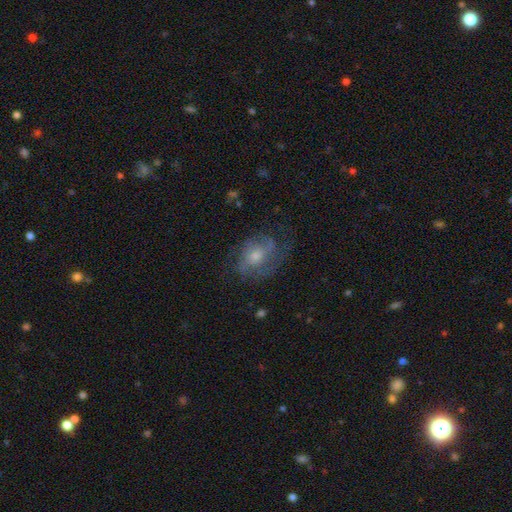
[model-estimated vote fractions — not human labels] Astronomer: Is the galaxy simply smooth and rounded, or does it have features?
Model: featured or disk — 69%.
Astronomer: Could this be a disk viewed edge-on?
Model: no — 96%.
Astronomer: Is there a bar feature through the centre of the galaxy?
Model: no — 68%.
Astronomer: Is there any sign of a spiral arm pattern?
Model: yes — 87%.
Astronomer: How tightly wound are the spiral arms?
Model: medium — 44% (runner-up: tight, 35%).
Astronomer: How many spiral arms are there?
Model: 2 — 38% (runner-up: can't tell, 30%).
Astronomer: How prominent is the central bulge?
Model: moderate — 49% (runner-up: small, 42%).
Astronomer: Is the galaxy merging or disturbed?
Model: none — 62%.